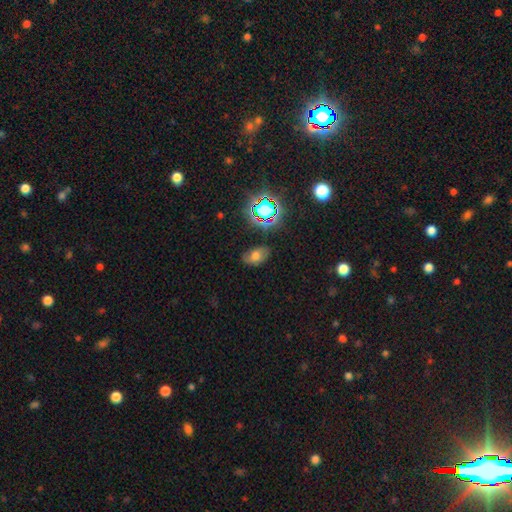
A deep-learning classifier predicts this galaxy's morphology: Smooth or featured?
  - smooth: 55% *
  - star or artifact: 23%
  - featured or disk: 22%
How rounded?
  - in between: 86% *
  - round: 12%
  - cigar-shaped: 2%
Merging?
  - none: 68% *
  - minor disturbance: 23%
  - major disturbance: 7%
  - merger: 3%